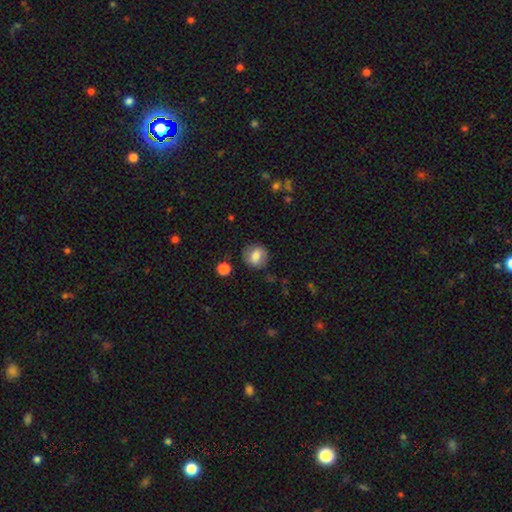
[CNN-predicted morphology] This appears to be a smooth galaxy with no disk features (71%) that is round (76%). Merging: none (80%).